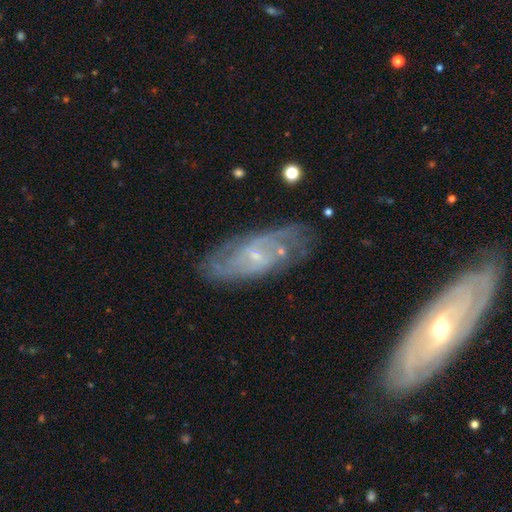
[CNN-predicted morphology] featured or disk 78%, smooth 14%, star or artifact 7%. Down the decision tree: edge-on disk — no (89%); bar — no (46%); spiral arms — yes (88%); spiral arm count — 2 (41%); spiral winding — medium (42%); bulge size — small (77%); merging — none (72%).